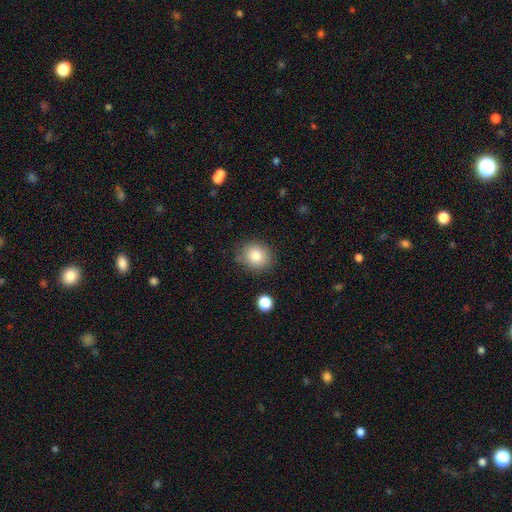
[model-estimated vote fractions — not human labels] Smooth or featured? smooth (82%)
How rounded? round (72%)
Merging? none (81%)